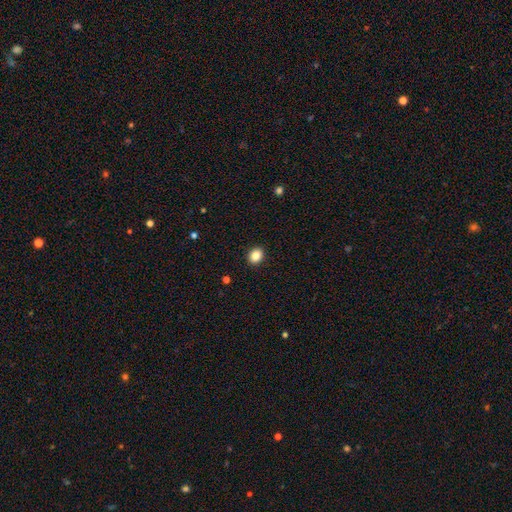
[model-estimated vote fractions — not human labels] smooth-or-featured: smooth: 86% | star or artifact: 10% | featured or disk: 4%
  how-rounded: round: 55% | in between: 44% | cigar-shaped: 1%
  merging: none: 92% | minor disturbance: 5% | major disturbance: 2% | merger: 1%